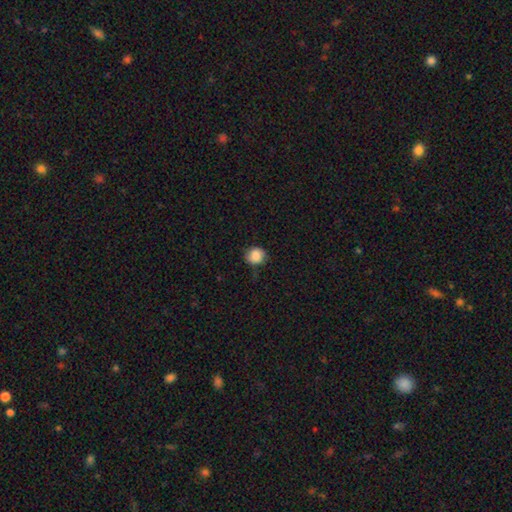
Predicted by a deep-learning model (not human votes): smooth-or-featured: smooth: 86% | star or artifact: 9% | featured or disk: 6%
  how-rounded: round: 83% | in between: 16% | cigar-shaped: 1%
  merging: none: 74% | minor disturbance: 21% | major disturbance: 4% | merger: 1%